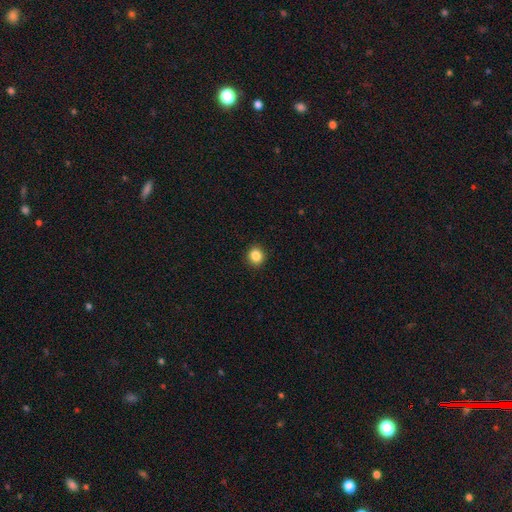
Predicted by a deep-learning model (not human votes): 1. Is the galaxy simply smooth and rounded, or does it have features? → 86% smooth, 10% star or artifact, 4% featured or disk.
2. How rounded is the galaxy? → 86% round, 13% in between, 1% cigar-shaped.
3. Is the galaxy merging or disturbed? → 92% none, 5% minor disturbance, 2% major disturbance, 1% merger.